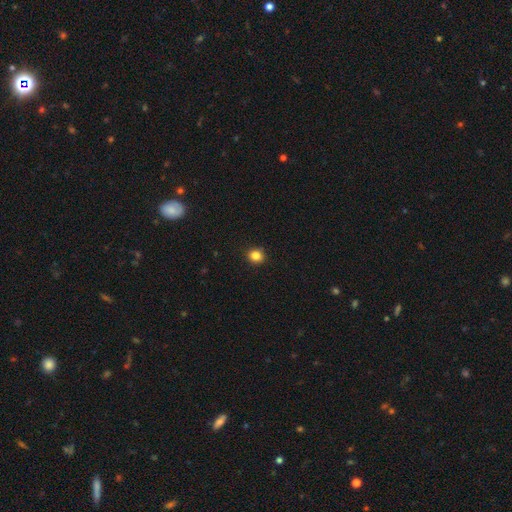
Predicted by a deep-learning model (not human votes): Smooth or featured? smooth (84%)
How rounded? round (83%)
Merging? none (92%)